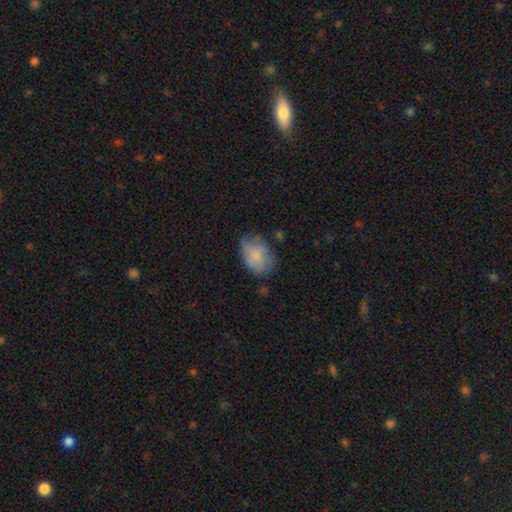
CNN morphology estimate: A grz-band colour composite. It shows a smooth galaxy with no disk features (73%) that is in between round and cigar-shaped (72%). Merging: none (49%).